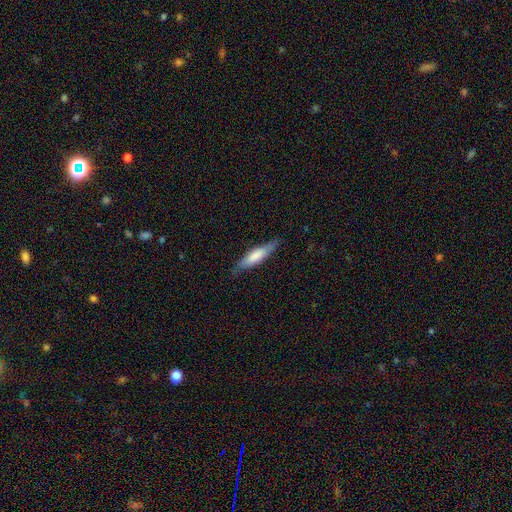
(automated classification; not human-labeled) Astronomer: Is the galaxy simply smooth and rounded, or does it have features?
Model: smooth — 67%.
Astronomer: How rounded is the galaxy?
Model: cigar-shaped — 73%.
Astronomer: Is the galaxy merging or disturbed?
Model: none — 78%.